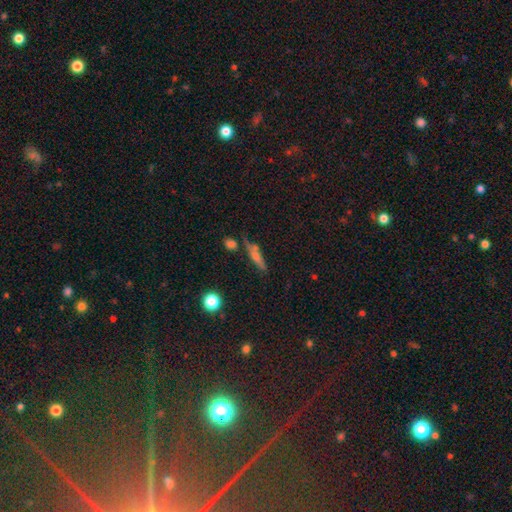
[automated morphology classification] Smooth or featured?
  - featured or disk: 45% *
  - smooth: 40%
  - star or artifact: 15%
Merging?
  - none: 69% *
  - minor disturbance: 15%
  - merger: 11%
  - major disturbance: 5%